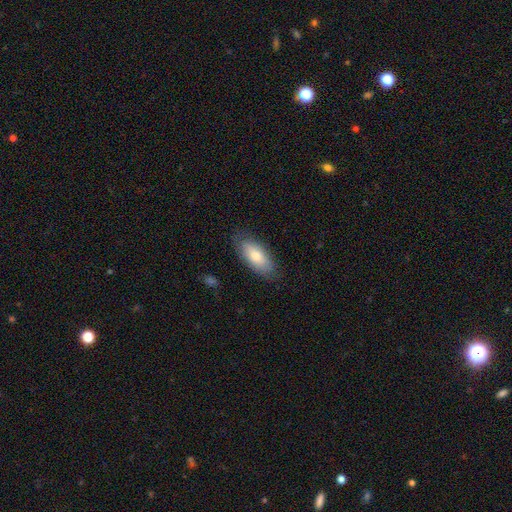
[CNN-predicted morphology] Overall: smooth (76%). How rounded: in between (84%). Merging: none (82%).